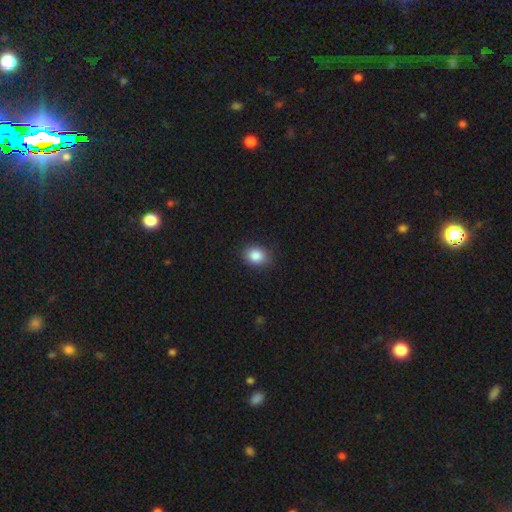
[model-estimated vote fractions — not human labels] Smooth or featured? Predicted: smooth (p=0.86). How rounded? Predicted: in between (p=0.50). Merging? Predicted: none (p=0.86).